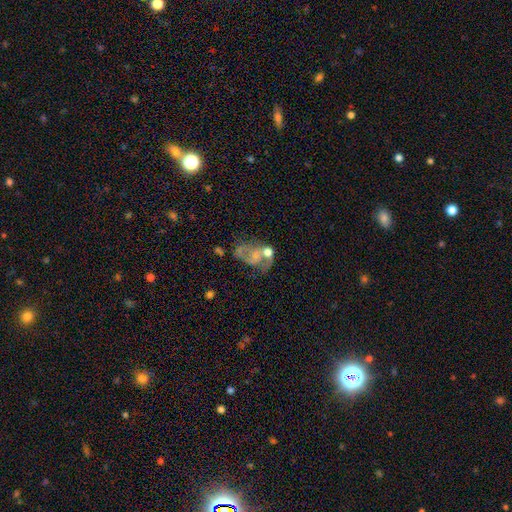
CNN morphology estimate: Smooth or featured?
  - featured or disk: 57% *
  - smooth: 31%
  - star or artifact: 12%
Edge-on disk?
  - no: 98% *
  - yes: 2%
Bar?
  - no: 78% *
  - weak: 18%
  - strong: 4%
Spiral arms?
  - no: 54% *
  - yes: 46%
Bulge size?
  - none: 34% *
  - small: 31%
  - moderate: 26%
  - large: 6%
  - dominant: 2%
Merging?
  - major disturbance: 32% *
  - merger: 29%
  - none: 23%
  - minor disturbance: 15%